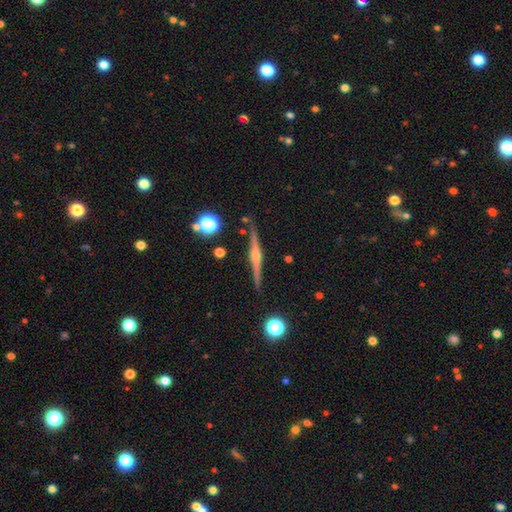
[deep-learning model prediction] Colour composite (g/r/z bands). It shows a featured or disk galaxy (82%) viewed edge-on (98%) with a rounded central bulge (87%). Merging: none (90%).